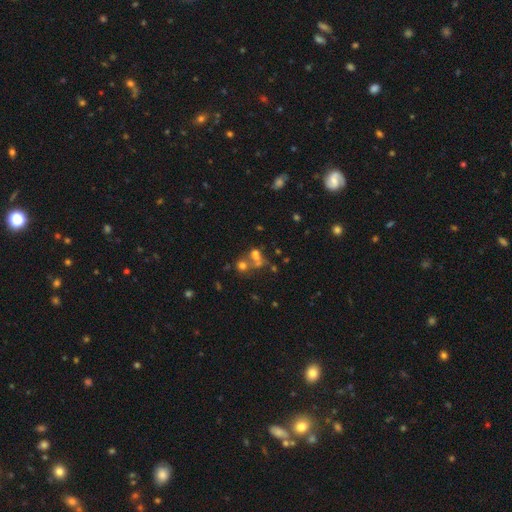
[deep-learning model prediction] Smooth or featured?
  - smooth: 50% *
  - star or artifact: 26%
  - featured or disk: 24%
How rounded?
  - round: 65% *
  - in between: 33%
  - cigar-shaped: 2%
Merging?
  - merger: 50% *
  - none: 34%
  - major disturbance: 8%
  - minor disturbance: 8%